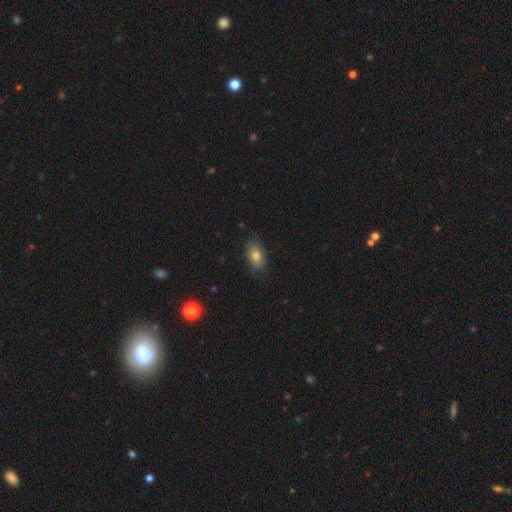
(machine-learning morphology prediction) This appears to be a smooth galaxy with no disk features (79%) that is in between round and cigar-shaped (87%). Merging: none (80%).